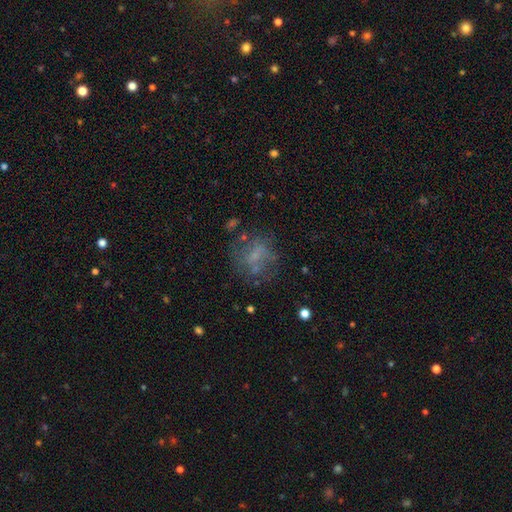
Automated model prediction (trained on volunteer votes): This appears to be a smooth galaxy with no disk features (43%). Merging: none (57%).